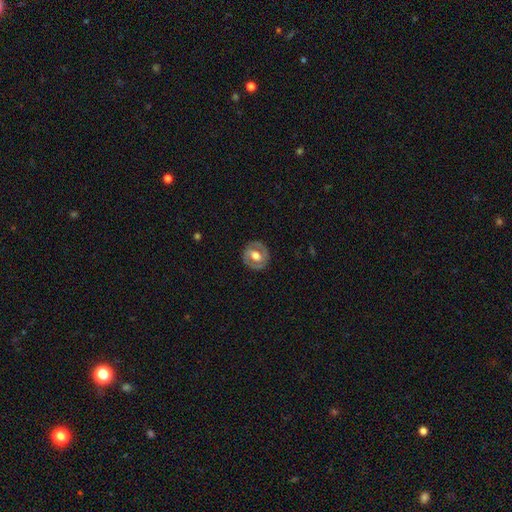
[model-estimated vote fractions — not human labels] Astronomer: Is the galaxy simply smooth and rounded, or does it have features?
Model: featured or disk — 62%.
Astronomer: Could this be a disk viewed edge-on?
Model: no — 96%.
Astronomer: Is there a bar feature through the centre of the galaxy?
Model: no — 42% (runner-up: weak, 39%).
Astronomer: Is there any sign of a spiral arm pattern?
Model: no — 52% (runner-up: yes, 48%).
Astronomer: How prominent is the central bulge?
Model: moderate — 58%.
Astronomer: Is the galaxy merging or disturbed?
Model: none — 84%.